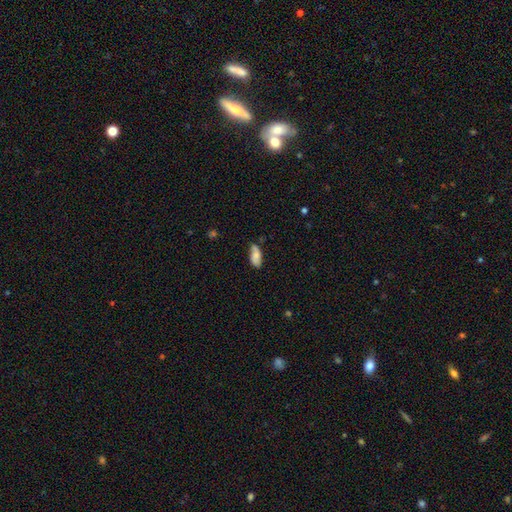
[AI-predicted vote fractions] This is likely a smooth galaxy (69%). How rounded: clearly in between (86%). Merging: likely none (64%).